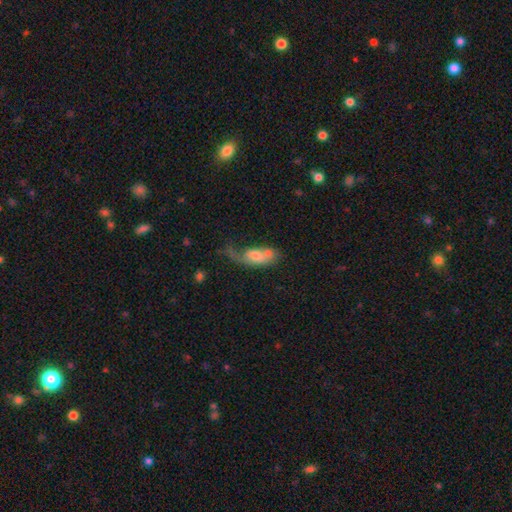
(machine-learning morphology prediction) Q: Smooth or featured?
A: smooth (54%); runner-up: featured or disk (38%)
Q: How rounded?
A: in between (77%); runner-up: cigar-shaped (17%)
Q: Merging?
A: merger (29%); runner-up: major disturbance (28%)